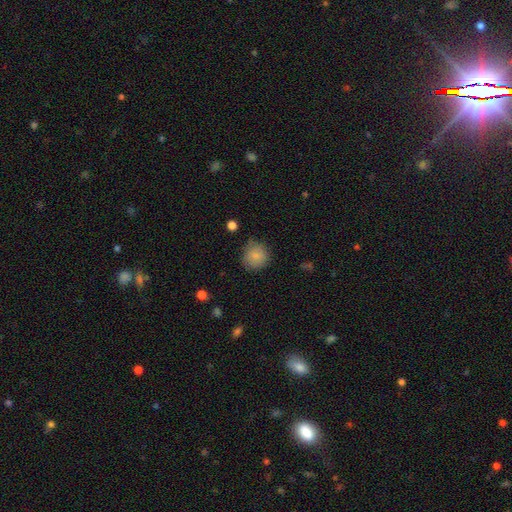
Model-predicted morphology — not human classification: smooth-or-featured: smooth: 83% | featured or disk: 9% | star or artifact: 8%
  how-rounded: round: 89% | in between: 11% | cigar-shaped: 1%
  merging: none: 73% | minor disturbance: 21% | major disturbance: 5% | merger: 2%